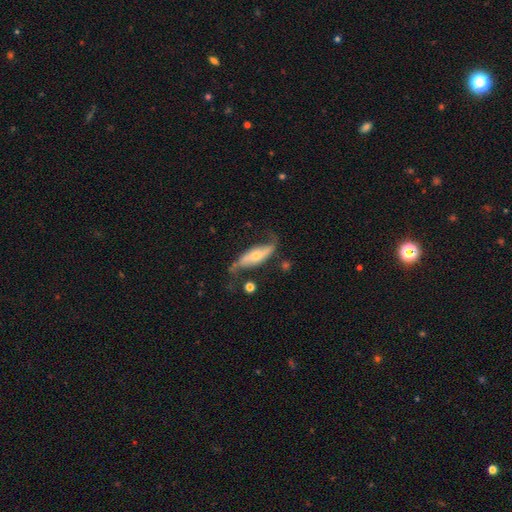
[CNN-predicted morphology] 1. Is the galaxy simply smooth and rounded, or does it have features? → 63% featured or disk, 30% smooth, 6% star or artifact.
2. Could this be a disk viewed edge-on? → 70% no, 30% yes.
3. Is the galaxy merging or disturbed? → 52% none, 28% minor disturbance, 16% major disturbance, 4% merger.